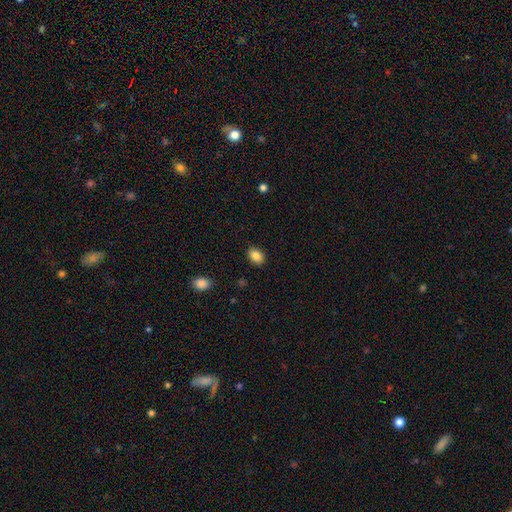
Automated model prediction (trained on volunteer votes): smooth_or_featured: smooth (p=0.87) [alt: star or artifact p=0.09]
how_rounded: in between (p=0.81) [alt: round p=0.18]
merging: none (p=0.88) [alt: minor disturbance p=0.09]